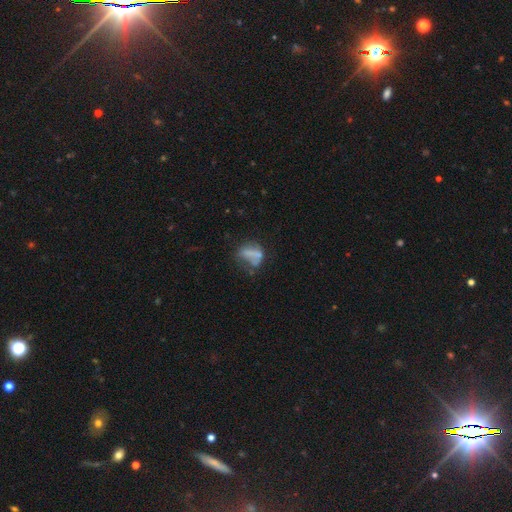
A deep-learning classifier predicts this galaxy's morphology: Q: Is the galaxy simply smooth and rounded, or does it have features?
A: smooth — 51%.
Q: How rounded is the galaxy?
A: in between — 62%.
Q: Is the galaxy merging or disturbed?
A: none — 32%.